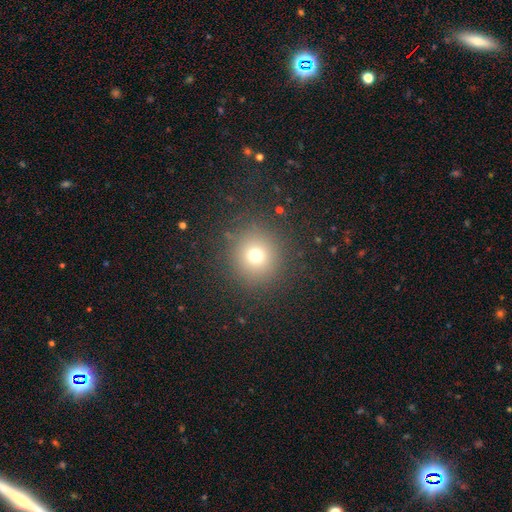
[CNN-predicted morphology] The model was most divided on "smooth or featured": smooth: 70%, star or artifact: 20%, featured or disk: 10%. More confident: how rounded — round (93%); merging — none (87%).